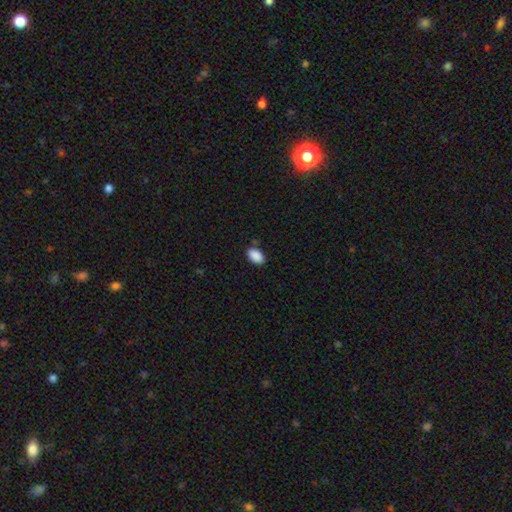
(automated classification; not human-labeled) This is clearly a smooth galaxy (90%). How rounded: clearly in between (92%). Merging: clearly none (82%).